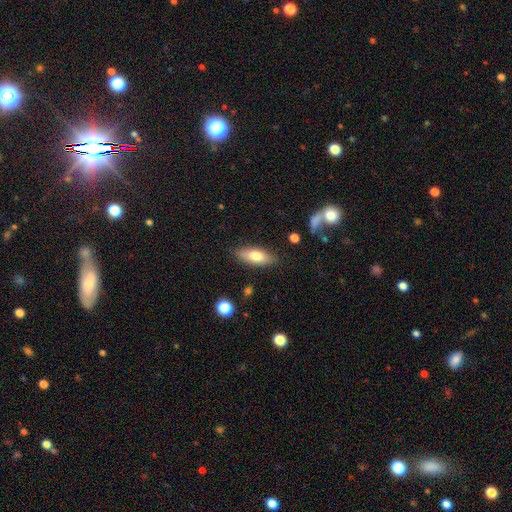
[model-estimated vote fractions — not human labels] Overall: smooth (71%). How rounded: in between (71%). Merging: none (84%).